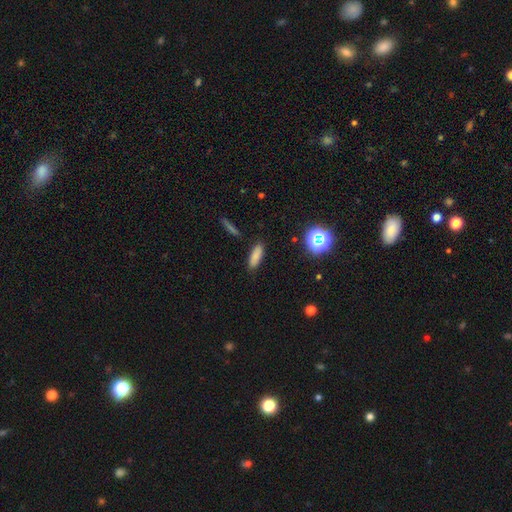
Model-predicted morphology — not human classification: Smooth or featured? smooth (81%)
How rounded? in between (57%)
Merging? none (86%)